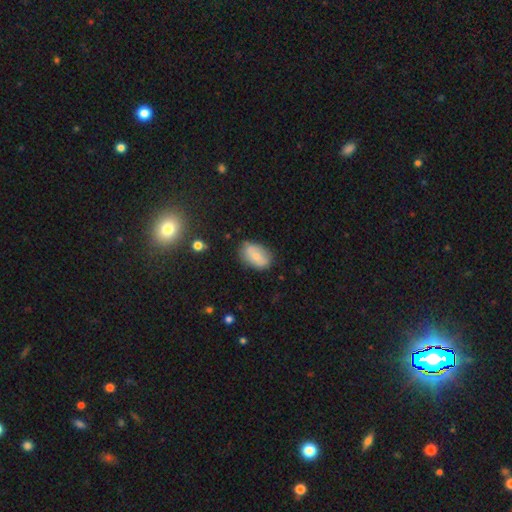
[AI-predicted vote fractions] Smooth or featured? Predicted: smooth (p=0.69). How rounded? Predicted: in between (p=0.89). Merging? Predicted: none (p=0.74).